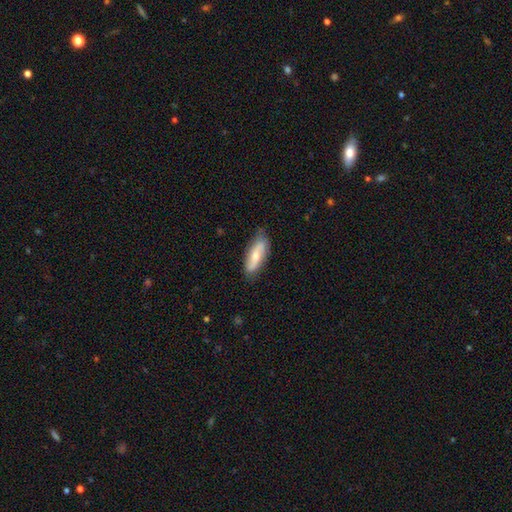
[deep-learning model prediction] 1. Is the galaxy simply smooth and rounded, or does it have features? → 51% featured or disk, 44% smooth, 6% star or artifact.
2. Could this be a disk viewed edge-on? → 83% no, 17% yes.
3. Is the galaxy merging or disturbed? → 78% none, 18% minor disturbance, 3% major disturbance, 1% merger.